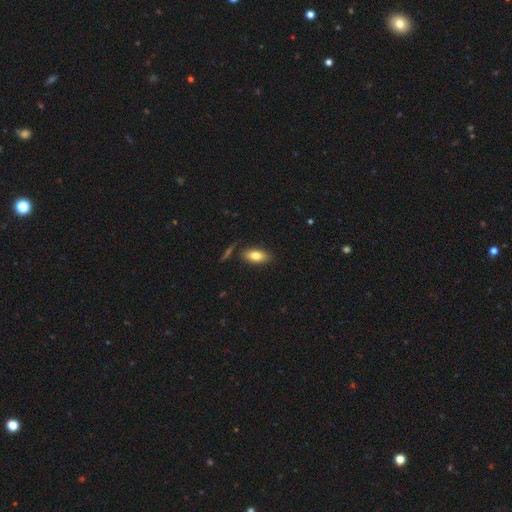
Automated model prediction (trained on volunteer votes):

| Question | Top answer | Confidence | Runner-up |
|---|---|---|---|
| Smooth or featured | smooth | 80% | featured or disk (13%) |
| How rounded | in between | 87% | cigar-shaped (10%) |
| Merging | none | 82% | minor disturbance (12%) |